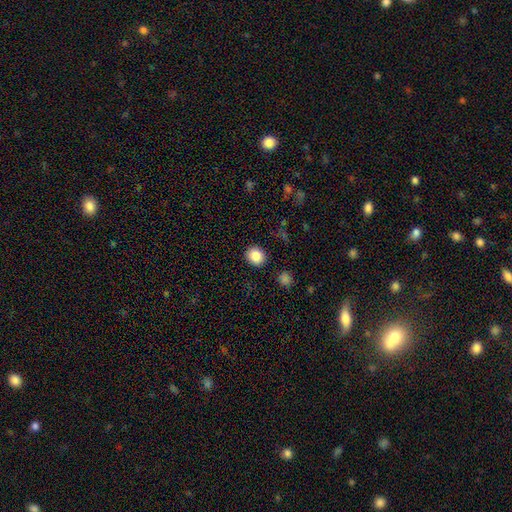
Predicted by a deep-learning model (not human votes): Q: Smooth or featured?
A: smooth (86%); runner-up: star or artifact (10%)
Q: How rounded?
A: round (80%); runner-up: in between (19%)
Q: Merging?
A: none (90%); runner-up: minor disturbance (6%)